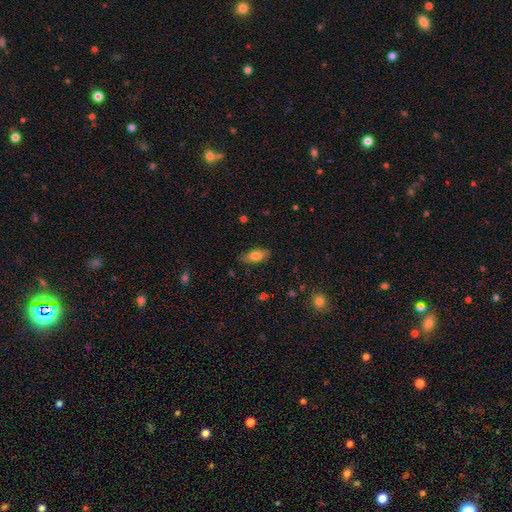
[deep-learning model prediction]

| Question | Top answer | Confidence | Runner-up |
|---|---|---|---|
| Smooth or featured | smooth | 75% | featured or disk (17%) |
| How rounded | in between | 82% | cigar-shaped (15%) |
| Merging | none | 80% | minor disturbance (16%) |